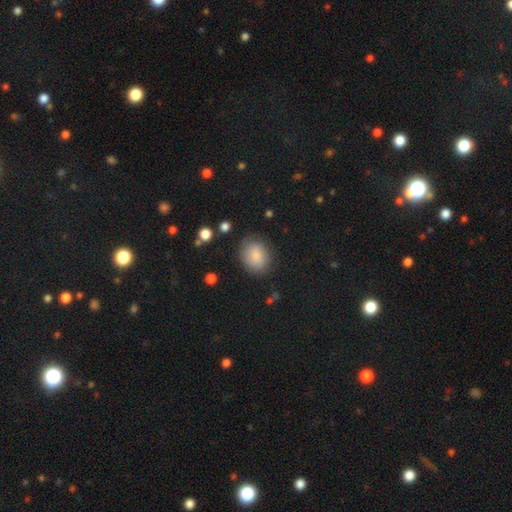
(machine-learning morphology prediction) Overall: smooth (81%). How rounded: round (51%; in between 48%). Merging: none (77%).